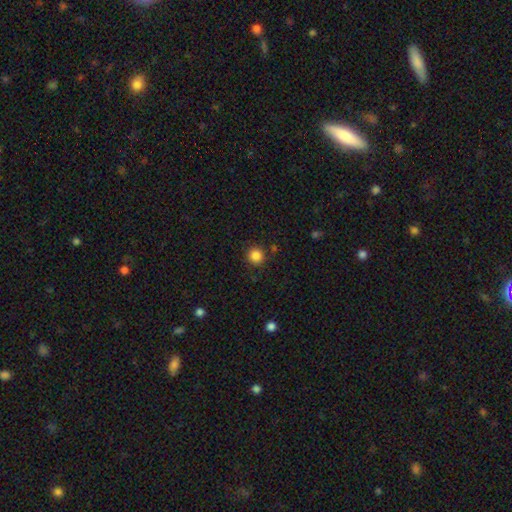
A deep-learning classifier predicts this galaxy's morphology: Smooth or featured?
  - smooth: 85% *
  - star or artifact: 11%
  - featured or disk: 4%
How rounded?
  - round: 94% *
  - in between: 5%
  - cigar-shaped: 1%
Merging?
  - none: 88% *
  - minor disturbance: 7%
  - merger: 3%
  - major disturbance: 2%